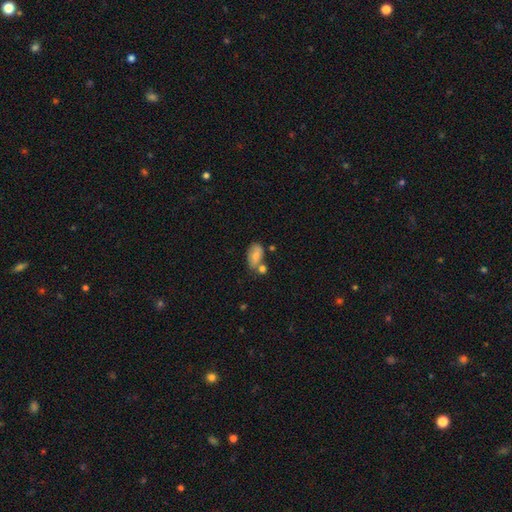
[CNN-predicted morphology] Smooth or featured? Predicted: smooth (p=0.72). How rounded? Predicted: in between (p=0.90). Merging? Predicted: none (p=0.45).